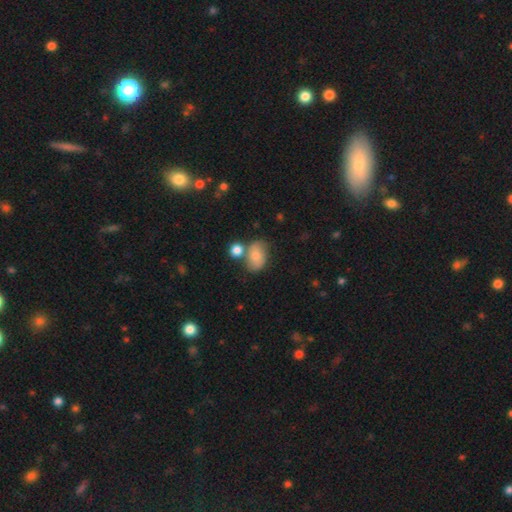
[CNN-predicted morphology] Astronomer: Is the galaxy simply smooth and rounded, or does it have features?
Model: smooth — 67%.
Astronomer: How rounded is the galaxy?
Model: in between — 75%.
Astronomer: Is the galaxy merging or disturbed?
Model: none — 49% (runner-up: merger, 25%).